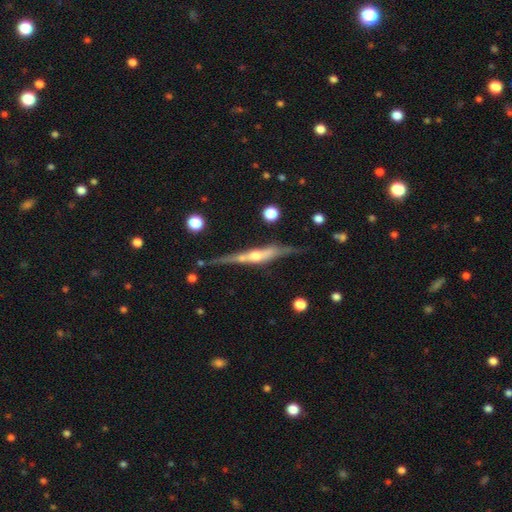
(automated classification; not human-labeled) Smooth or featured? featured or disk (76%)
Edge-on disk? yes (94%)
Edge-on bulge? rounded (79%)
Merging? none (64%)